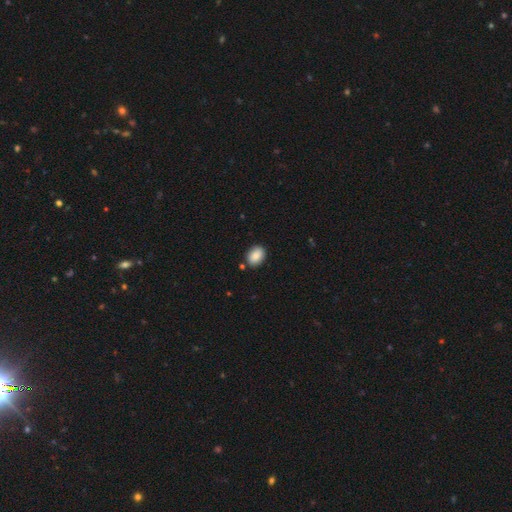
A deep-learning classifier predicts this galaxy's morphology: A smooth galaxy with no disk features (87%) that is in between round and cigar-shaped (76%). Merging: none (85%).